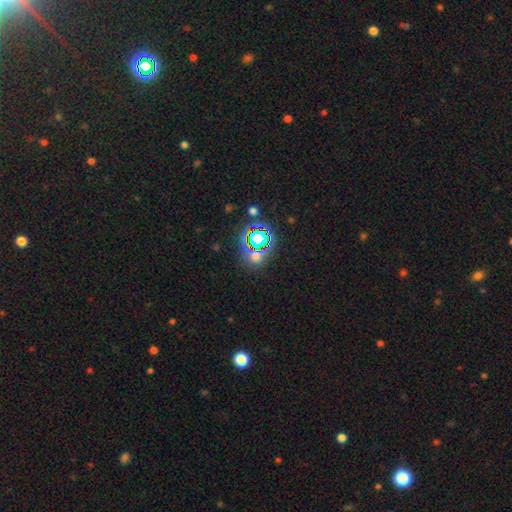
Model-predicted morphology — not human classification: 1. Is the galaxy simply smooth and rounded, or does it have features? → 56% star or artifact, 33% smooth, 11% featured or disk.